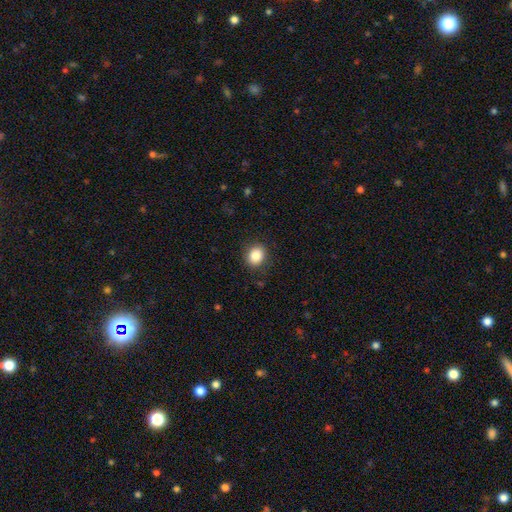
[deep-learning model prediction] This is clearly a smooth galaxy (85%). How rounded: likely round (67%). Merging: clearly none (88%).